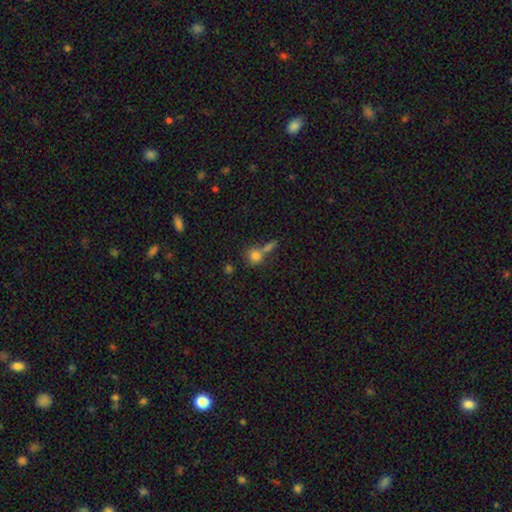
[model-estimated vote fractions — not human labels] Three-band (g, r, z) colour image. It shows a smooth galaxy with no disk features (77%) that is round (82%). Merging: none (49%).